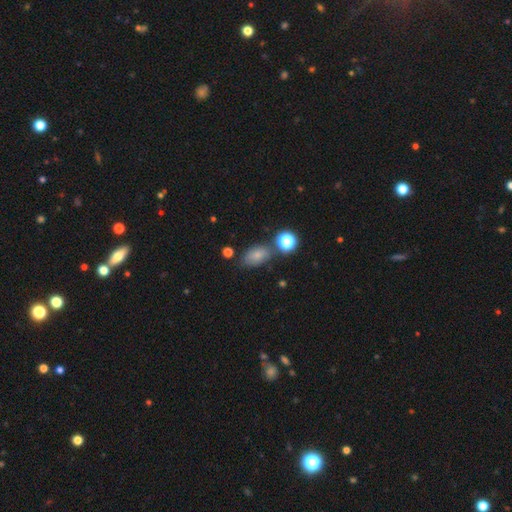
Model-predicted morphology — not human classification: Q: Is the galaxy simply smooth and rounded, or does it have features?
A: smooth — 63%.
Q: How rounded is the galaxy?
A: in between — 81%.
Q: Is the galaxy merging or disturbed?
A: none — 71%.